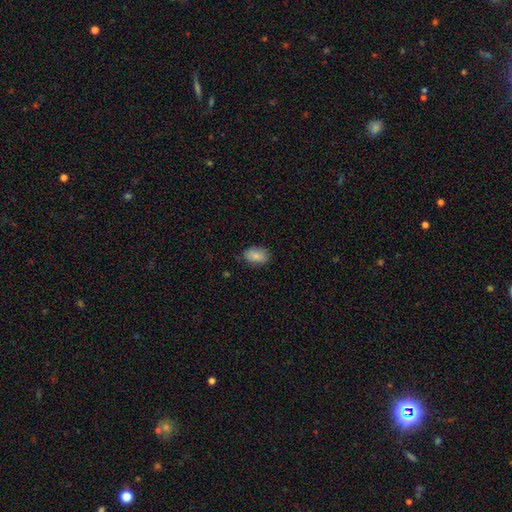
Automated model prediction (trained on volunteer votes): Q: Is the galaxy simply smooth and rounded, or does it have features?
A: smooth — 84%.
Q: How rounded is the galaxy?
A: in between — 86%.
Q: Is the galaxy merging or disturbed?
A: none — 80%.